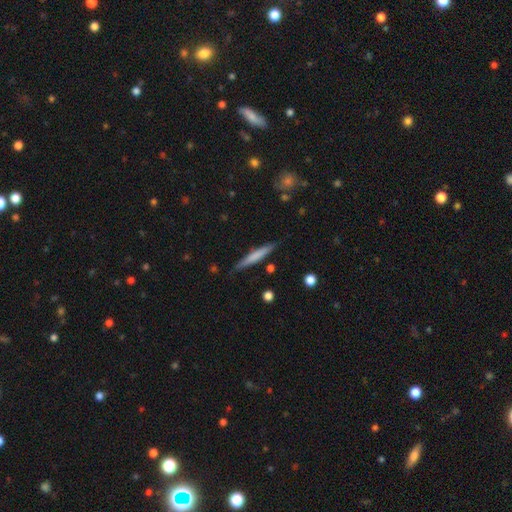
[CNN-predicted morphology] type=smooth (64%); roundness=cigar-shaped (94%); merging=none (85%).